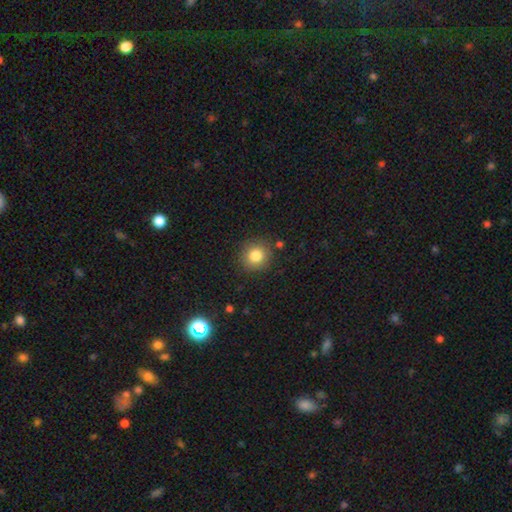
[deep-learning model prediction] A smooth galaxy with no disk features (82%) that is round (90%). Merging: none (87%).